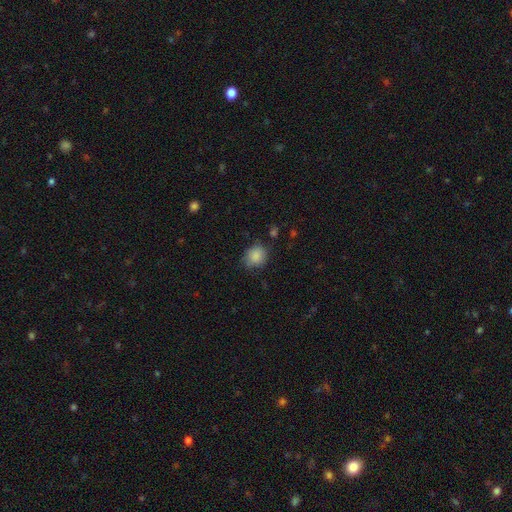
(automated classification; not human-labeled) smooth 87%, star or artifact 8%, featured or disk 5%. Down the decision tree: how rounded — round (70%); merging — none (71%).